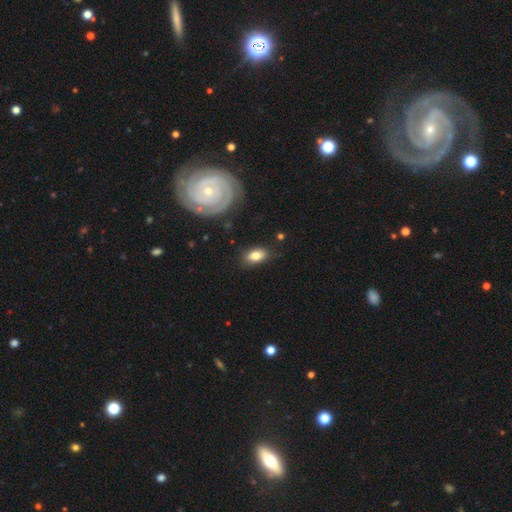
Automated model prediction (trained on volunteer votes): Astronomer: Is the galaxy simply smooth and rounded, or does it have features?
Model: smooth — 75%.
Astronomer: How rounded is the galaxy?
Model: in between — 88%.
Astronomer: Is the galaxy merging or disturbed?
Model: none — 77%.